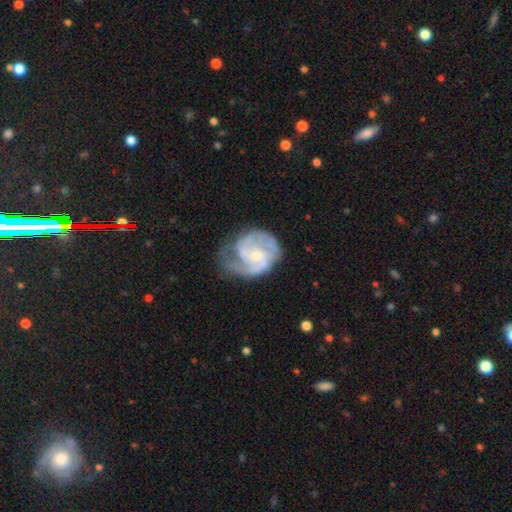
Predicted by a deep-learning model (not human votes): Smooth or featured: featured or disk — 82% (smooth — 13%)
Edge-on disk: no — 98% (yes — 2%)
Bar: no — 55% (weak — 38%)
Spiral arms: yes — 93% (no — 7%)
Spiral winding: medium — 44% (tight — 39%)
Spiral arm count: 2 — 37% (3 — 25%)
Bulge size: small — 56% (moderate — 37%)
Merging: none — 50% (minor disturbance — 27%)